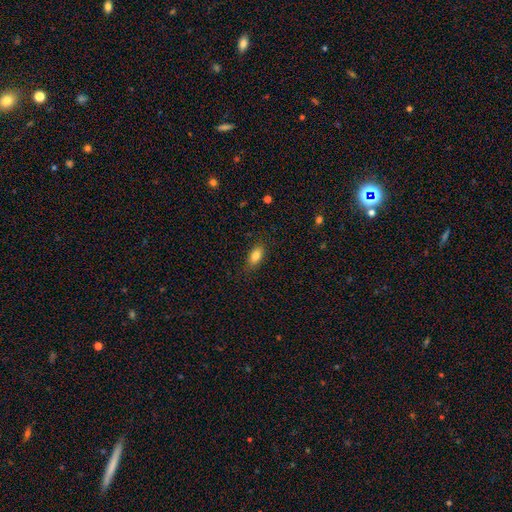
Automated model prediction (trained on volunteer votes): Q: Smooth or featured?
A: smooth (83%); runner-up: featured or disk (8%)
Q: How rounded?
A: in between (87%); runner-up: cigar-shaped (8%)
Q: Merging?
A: none (83%); runner-up: minor disturbance (13%)